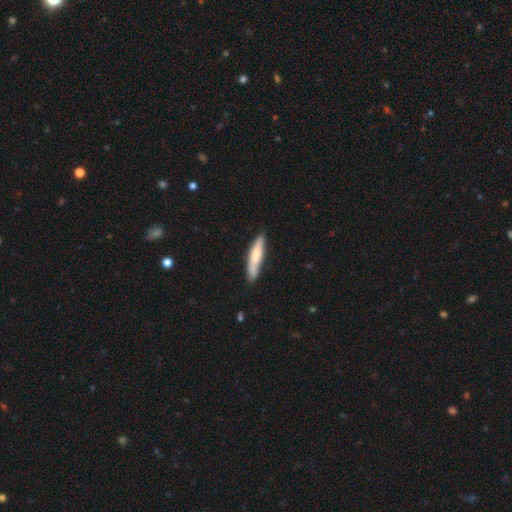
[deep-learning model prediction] This appears to be a smooth galaxy with no disk features (70%) that is cigar-shaped (84%). Merging: none (75%).